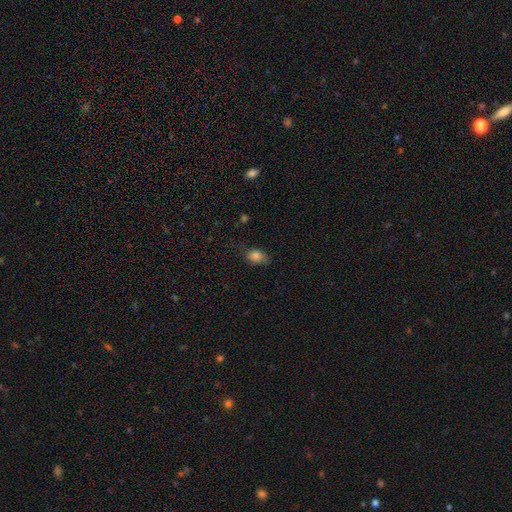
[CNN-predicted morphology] This is clearly a smooth galaxy (82%). How rounded: likely in between (72%). Merging: likely none (63%).